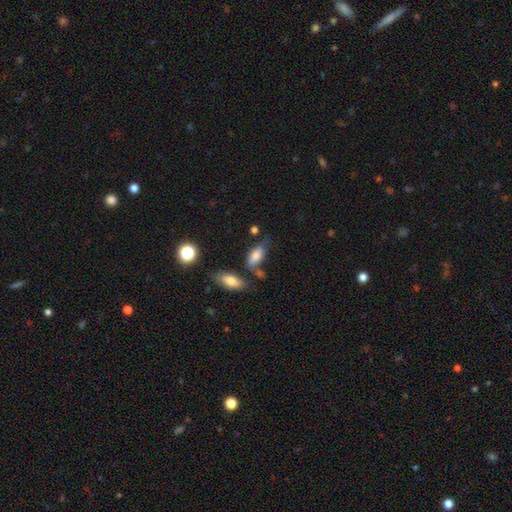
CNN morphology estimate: Smooth or featured? smooth (78%)
How rounded? in between (83%)
Merging? none (48%)